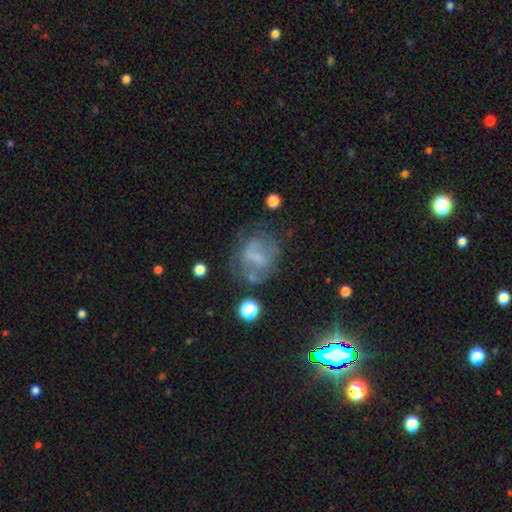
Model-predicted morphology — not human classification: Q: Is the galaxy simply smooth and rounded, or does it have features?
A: featured or disk — 44%.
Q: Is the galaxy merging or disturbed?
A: none — 47%.